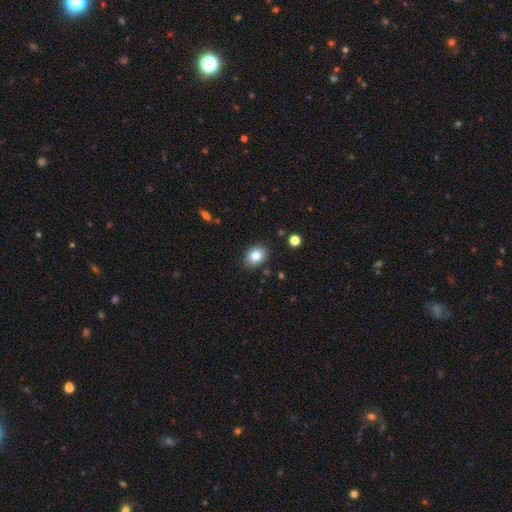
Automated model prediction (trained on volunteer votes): Smooth or featured? smooth (83%)
How rounded? in between (64%)
Merging? none (87%)